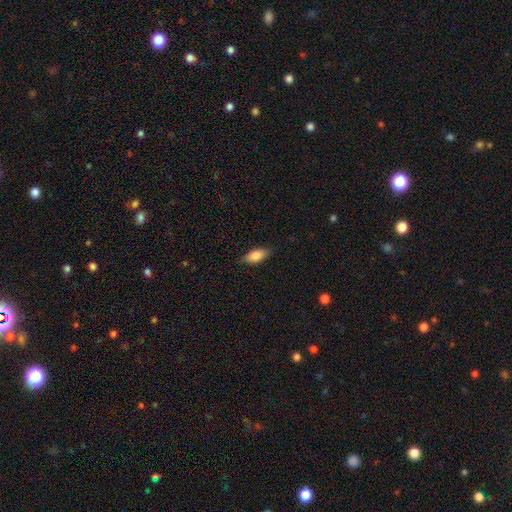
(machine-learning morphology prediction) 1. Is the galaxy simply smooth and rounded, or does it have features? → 83% smooth, 11% featured or disk, 7% star or artifact.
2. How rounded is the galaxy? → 84% in between, 13% cigar-shaped, 3% round.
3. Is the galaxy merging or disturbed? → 84% none, 12% minor disturbance, 2% major disturbance, 1% merger.